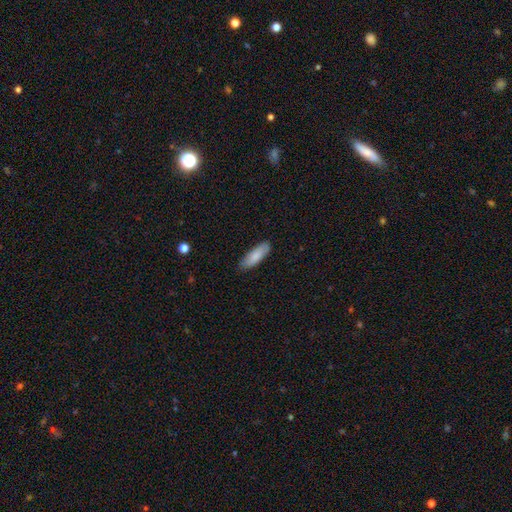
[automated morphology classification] A smooth galaxy with no disk features (86%) that is in between round and cigar-shaped (55%). Merging: none (83%).